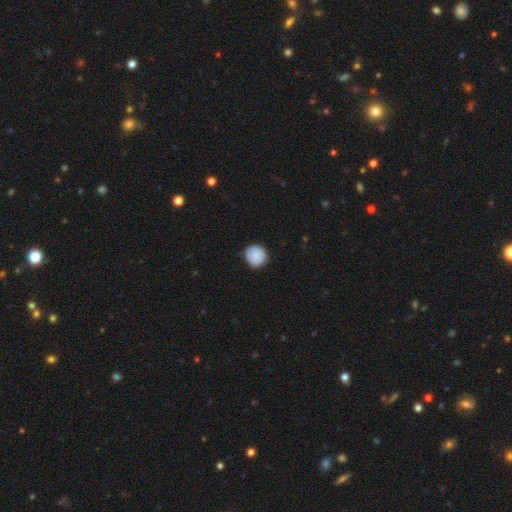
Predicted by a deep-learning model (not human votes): The model was most divided on "merging": none: 84%, minor disturbance: 13%, major disturbance: 2%, merger: 1%. More confident: how rounded — round (92%); smooth or featured — smooth (87%).